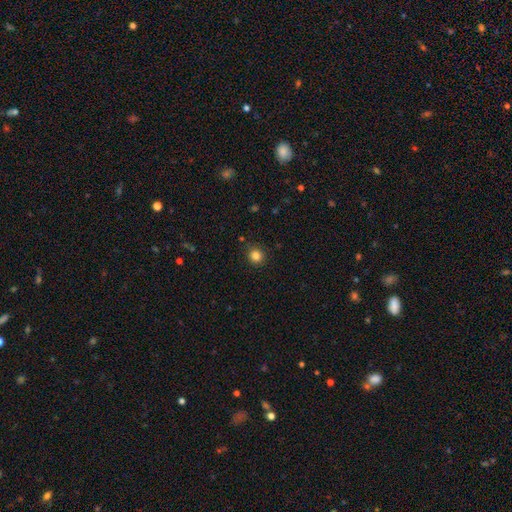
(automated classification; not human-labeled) This appears to be a smooth galaxy with no disk features (83%) that is round (91%). Merging: none (88%).